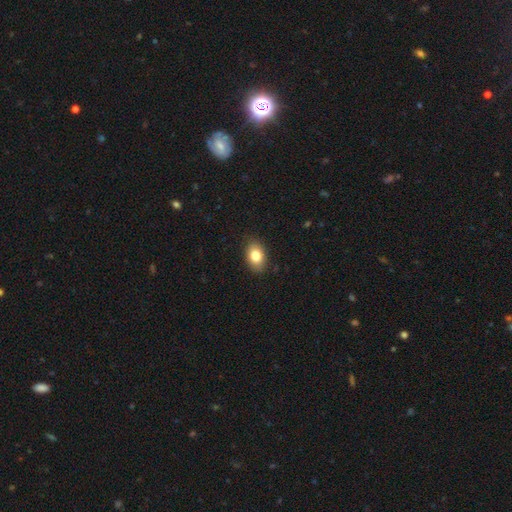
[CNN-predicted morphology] Overall: smooth (81%). How rounded: in between (82%). Merging: none (86%).